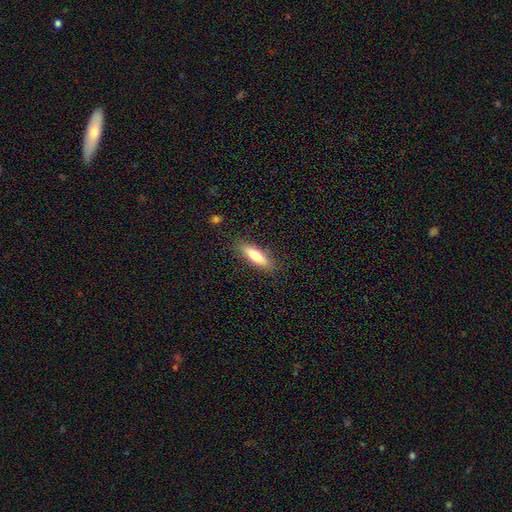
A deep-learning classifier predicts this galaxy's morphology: This appears to be a smooth galaxy with no disk features (74%) that is cigar-shaped (54%). Merging: none (85%).